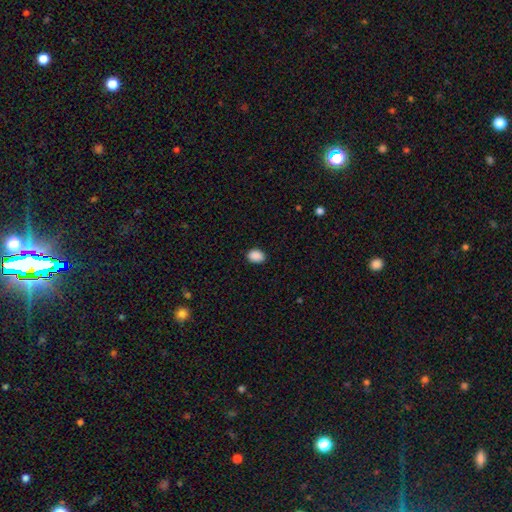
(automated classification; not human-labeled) The model was most divided on "how rounded": in between: 70%, round: 29%, cigar-shaped: 1%. More confident: smooth or featured — smooth (90%); merging — none (89%).